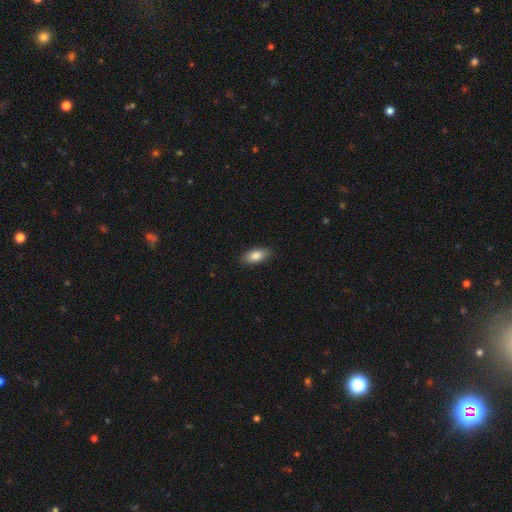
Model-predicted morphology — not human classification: The model was most divided on "smooth or featured": smooth: 84%, featured or disk: 9%, star or artifact: 7%. More confident: how rounded — in between (88%); merging — none (87%).